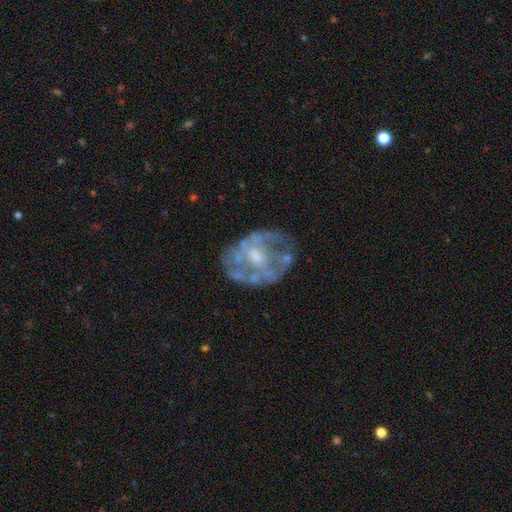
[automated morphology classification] This appears to be a featured or disk galaxy (76%) with no bar (71%), no spiral arms (64%) and a moderate central bulge (56%). Merging: none (60%).